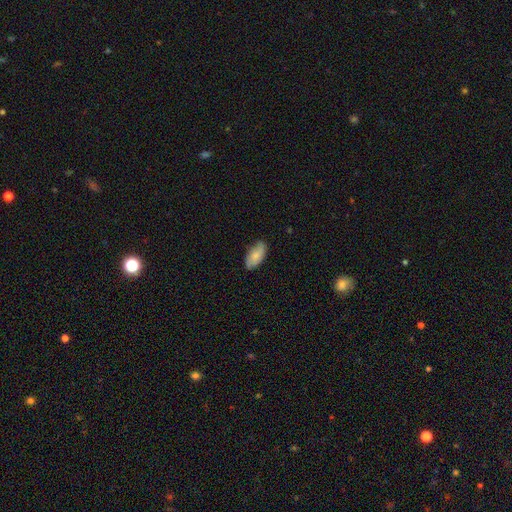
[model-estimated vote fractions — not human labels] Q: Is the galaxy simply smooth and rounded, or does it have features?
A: smooth — 76%.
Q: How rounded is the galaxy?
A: in between — 93%.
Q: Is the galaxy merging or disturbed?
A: none — 78%.